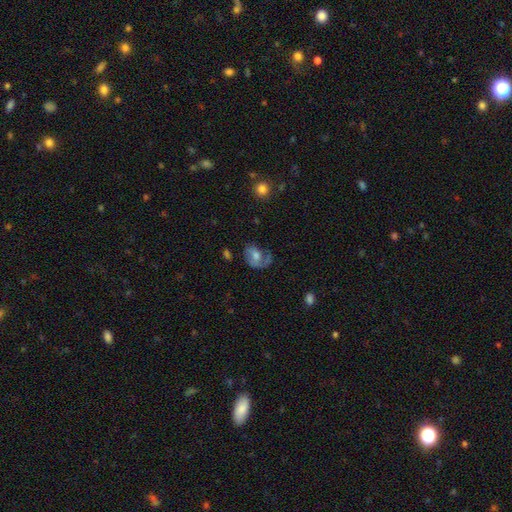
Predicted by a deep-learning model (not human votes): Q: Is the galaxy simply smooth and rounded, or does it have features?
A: featured or disk — 60%.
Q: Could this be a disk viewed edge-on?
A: no — 96%.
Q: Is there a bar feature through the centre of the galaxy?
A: no — 62%.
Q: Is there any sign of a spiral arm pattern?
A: yes — 78%.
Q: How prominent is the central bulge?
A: moderate — 55%.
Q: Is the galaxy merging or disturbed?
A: none — 45%.